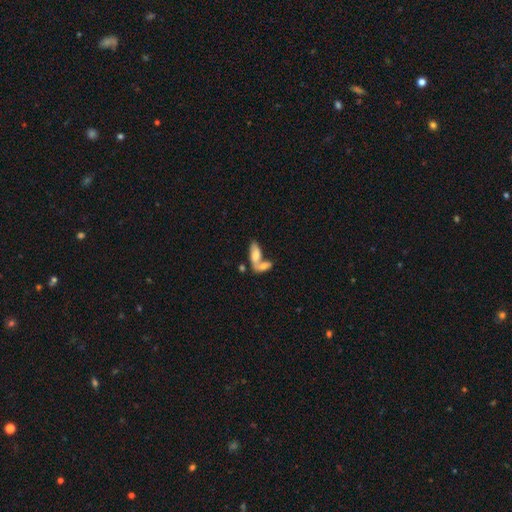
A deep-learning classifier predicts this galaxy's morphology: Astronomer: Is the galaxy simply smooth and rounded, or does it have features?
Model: smooth — 66%.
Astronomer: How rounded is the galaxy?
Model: in between — 79%.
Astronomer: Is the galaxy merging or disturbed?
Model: merger — 64%.